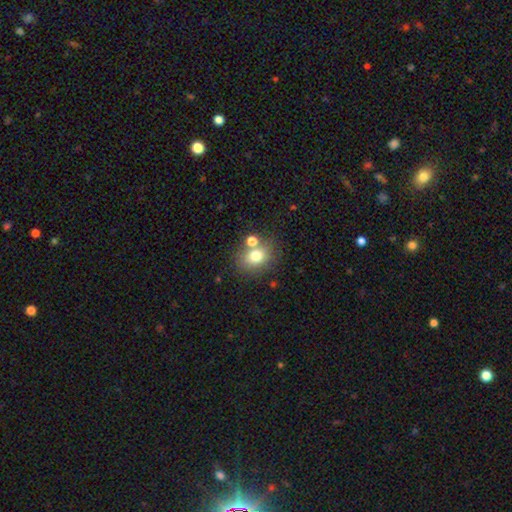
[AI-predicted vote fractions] smooth_or_featured: smooth (p=0.74) [alt: star or artifact p=0.13]
how_rounded: round (p=0.57) [alt: in between p=0.42]
merging: none (p=0.64) [alt: merger p=0.21]